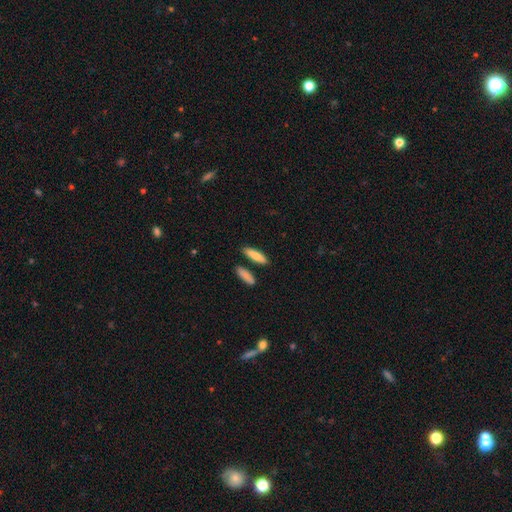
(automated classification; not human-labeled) A smooth galaxy with no disk features (82%) that is cigar-shaped (64%). Merging: none (82%).